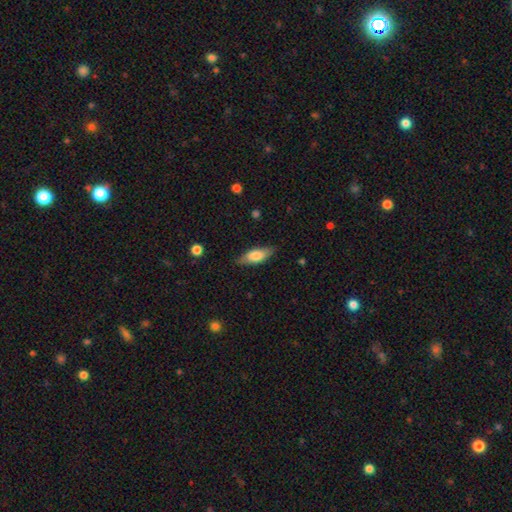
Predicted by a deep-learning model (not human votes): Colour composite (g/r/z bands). It shows a smooth galaxy with no disk features (70%) that is in between round and cigar-shaped (69%). Merging: none (81%).